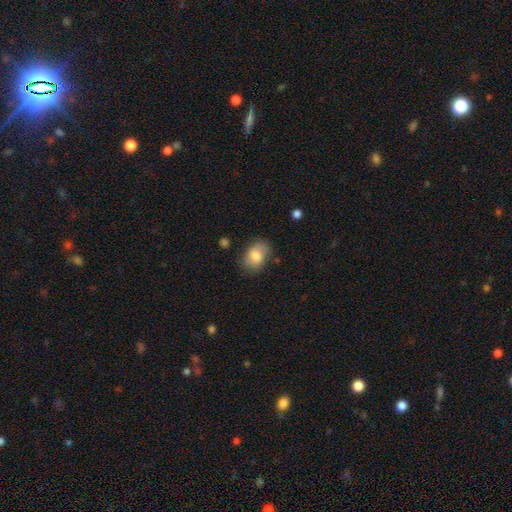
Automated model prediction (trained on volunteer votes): The model was most divided on "merging": none: 72%, minor disturbance: 20%, major disturbance: 5%, merger: 2%. More confident: how rounded — in between (78%); smooth or featured — smooth (77%).